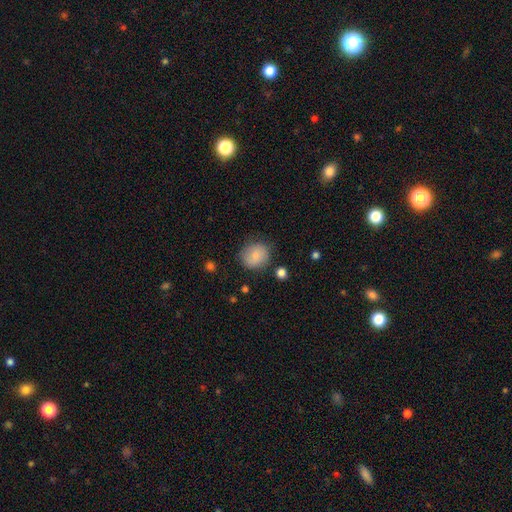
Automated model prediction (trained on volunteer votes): A smooth galaxy with no disk features (80%) that is round (81%).

Vote fractions:
- Smooth or featured? smooth: 80% / featured or disk: 12% / star or artifact: 8%
- How rounded? round: 81% / in between: 18% / cigar-shaped: 1%
- Merging? none: 78% / minor disturbance: 15% / major disturbance: 4% / merger: 2%